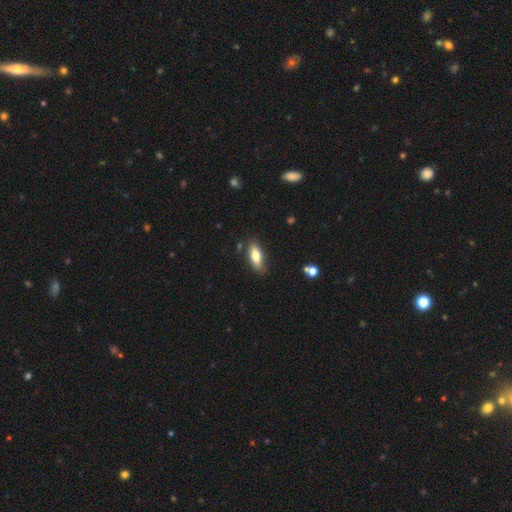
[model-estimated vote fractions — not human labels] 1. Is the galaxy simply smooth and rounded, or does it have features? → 74% smooth, 19% featured or disk, 7% star or artifact.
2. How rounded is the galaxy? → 72% in between, 25% cigar-shaped, 2% round.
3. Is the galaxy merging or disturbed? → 81% none, 13% minor disturbance, 3% merger, 3% major disturbance.